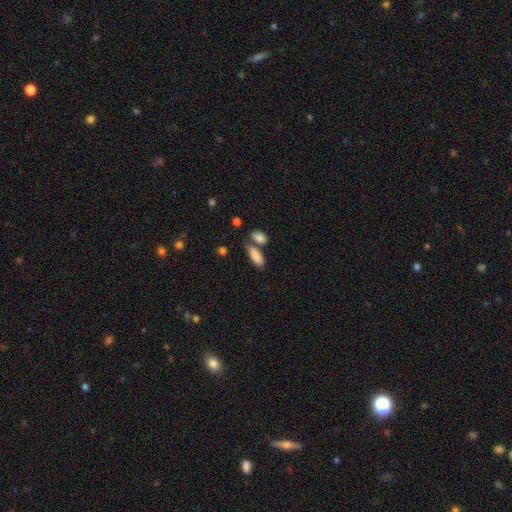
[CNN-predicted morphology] smooth_or_featured: smooth (p=0.86) [alt: star or artifact p=0.07]
how_rounded: in between (p=0.75) [alt: cigar-shaped p=0.22]
merging: none (p=0.56) [alt: merger p=0.26]